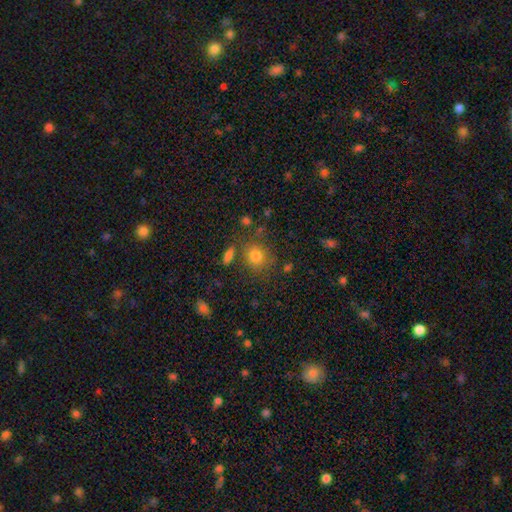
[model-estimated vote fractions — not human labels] This is likely a smooth galaxy (78%). How rounded: likely round (75%). Merging: likely none (75%).